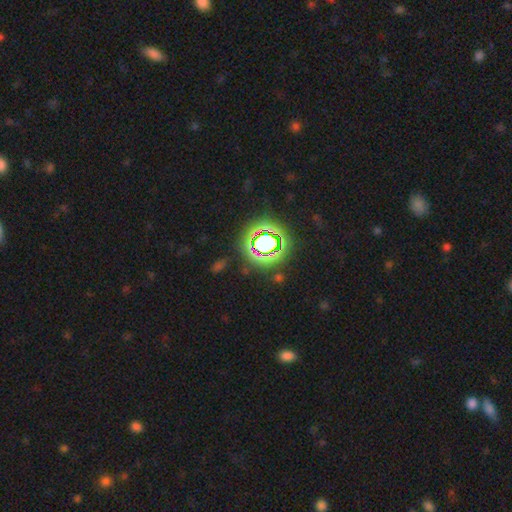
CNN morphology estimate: This appears to be a star or artifact, not a galaxy (79%).